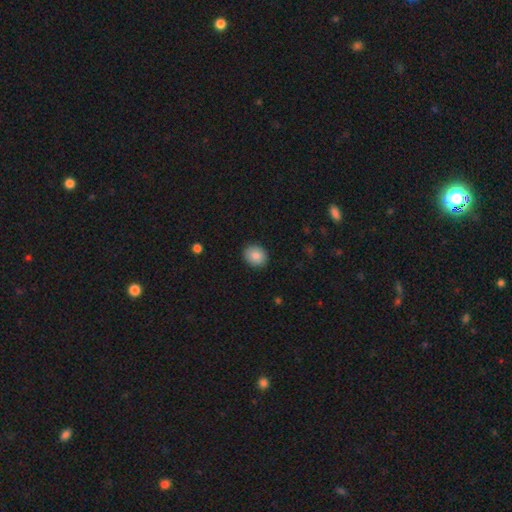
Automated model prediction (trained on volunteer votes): Smooth or featured? smooth (85%)
How rounded? round (69%)
Merging? none (89%)